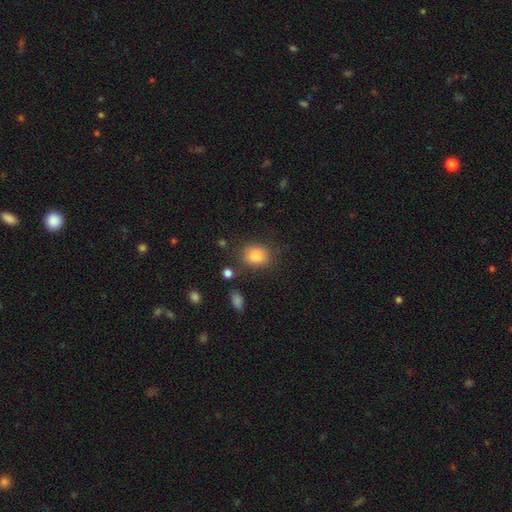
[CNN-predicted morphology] A smooth galaxy with no disk features (82%) that is round (51%).

Vote fractions:
- Smooth or featured? smooth: 82% / star or artifact: 10% / featured or disk: 8%
- How rounded? round: 51% / in between: 48% / cigar-shaped: 1%
- Merging? none: 76% / minor disturbance: 15% / major disturbance: 5% / merger: 4%